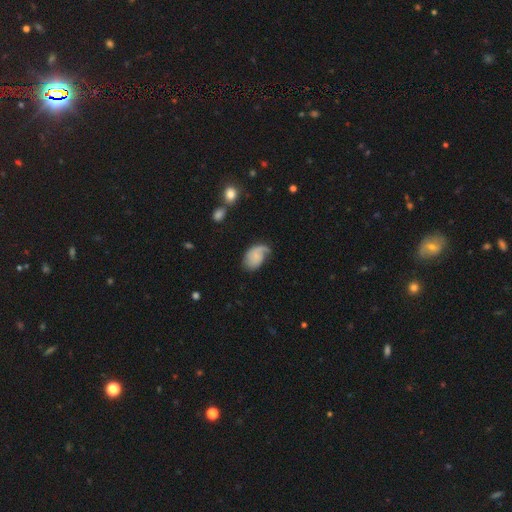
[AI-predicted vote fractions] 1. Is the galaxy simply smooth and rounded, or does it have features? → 49% featured or disk, 44% smooth, 7% star or artifact.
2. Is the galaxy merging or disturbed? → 39% none, 31% minor disturbance, 26% major disturbance, 3% merger.